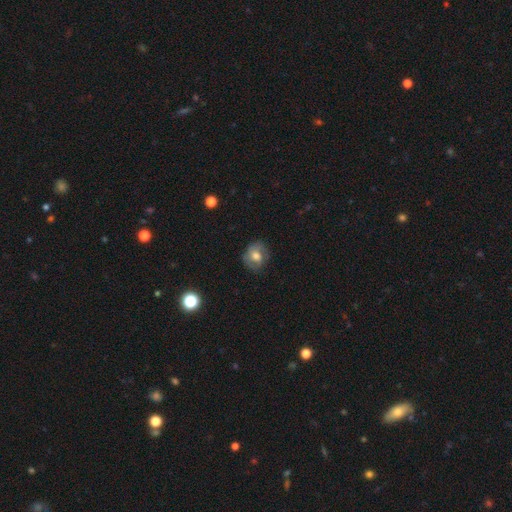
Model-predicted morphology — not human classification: Q: Smooth or featured?
A: smooth (50%); runner-up: featured or disk (41%)
Q: Merging?
A: none (74%); runner-up: minor disturbance (18%)